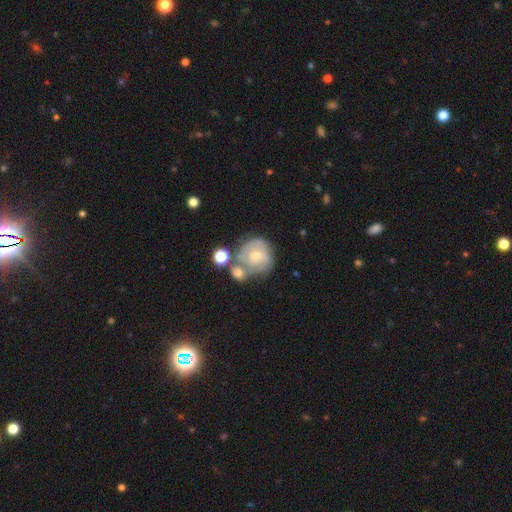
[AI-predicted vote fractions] The model was most divided on "merging": none: 40%, merger: 30%, minor disturbance: 19%, major disturbance: 12%. More confident: edge-on disk — no (98%); spiral arms — yes (74%); bar — no (69%); smooth or featured — featured or disk (62%); bulge size — small (53%).